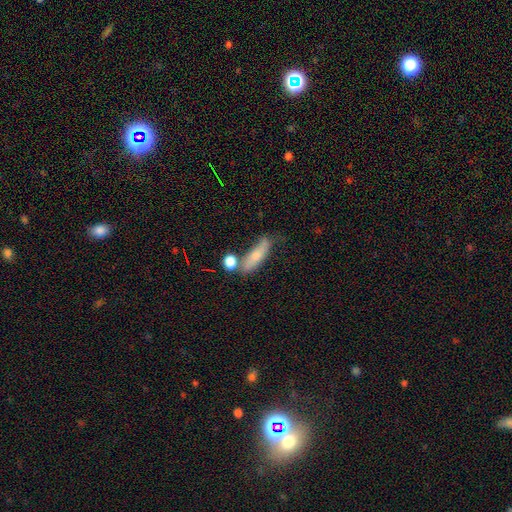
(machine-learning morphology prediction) Q: Smooth or featured?
A: smooth (63%); runner-up: featured or disk (29%)
Q: How rounded?
A: cigar-shaped (58%); runner-up: in between (38%)
Q: Merging?
A: none (52%); runner-up: minor disturbance (22%)